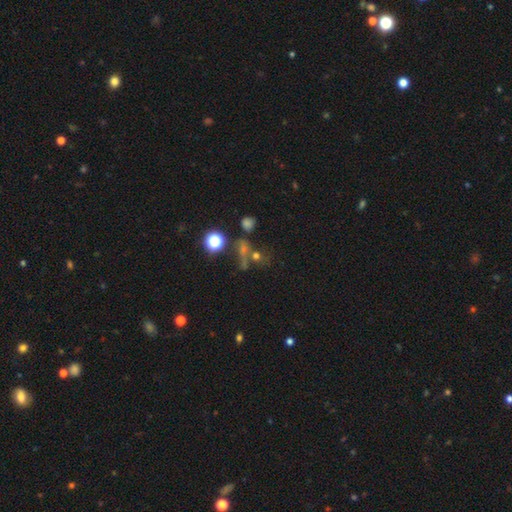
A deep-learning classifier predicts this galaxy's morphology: A star or artifact, not a galaxy (51%).